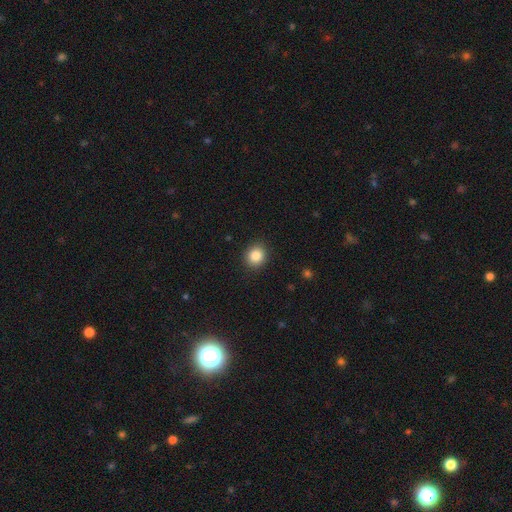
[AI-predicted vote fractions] Smooth or featured? Predicted: smooth (p=0.85). How rounded? Predicted: round (p=0.76). Merging? Predicted: none (p=0.90).